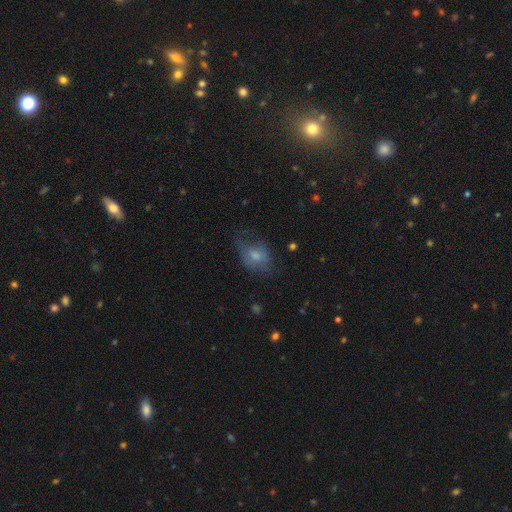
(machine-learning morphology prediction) smooth 63%, featured or disk 27%, star or artifact 9%. Down the decision tree: how rounded — in between (72%); merging — none (41%).